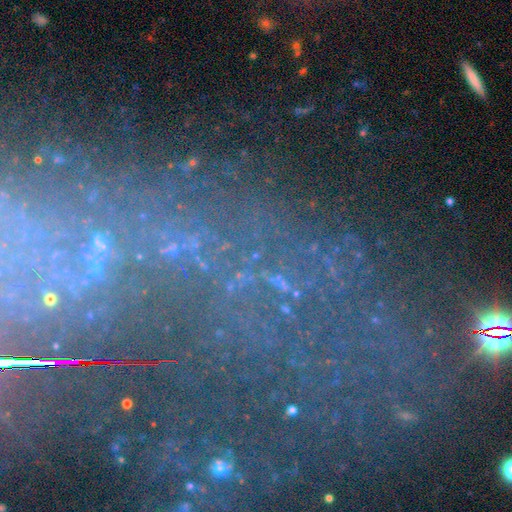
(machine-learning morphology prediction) The model was most divided on "smooth or featured": star or artifact: 74%, featured or disk: 14%, smooth: 12%.